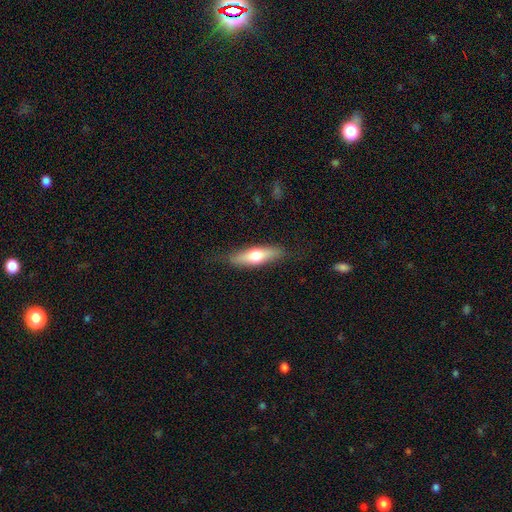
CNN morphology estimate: The model was most divided on "smooth or featured": smooth: 57%, featured or disk: 38%, star or artifact: 6%. More confident: merging — none (82%); how rounded — cigar-shaped (58%).